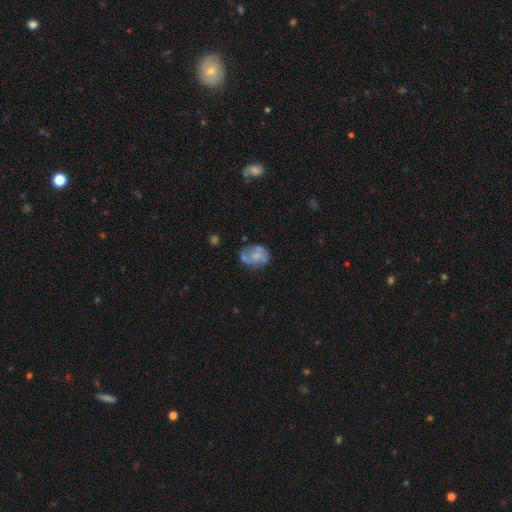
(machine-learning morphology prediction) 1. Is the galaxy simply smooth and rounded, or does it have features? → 54% featured or disk, 38% smooth, 8% star or artifact.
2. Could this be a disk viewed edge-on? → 98% no, 2% yes.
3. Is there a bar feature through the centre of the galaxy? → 82% no, 15% weak, 3% strong.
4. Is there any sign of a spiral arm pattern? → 64% no, 36% yes.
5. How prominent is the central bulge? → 37% small, 33% moderate, 26% none, 3% large, 1% dominant.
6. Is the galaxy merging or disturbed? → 51% none, 25% minor disturbance, 15% major disturbance, 10% merger.